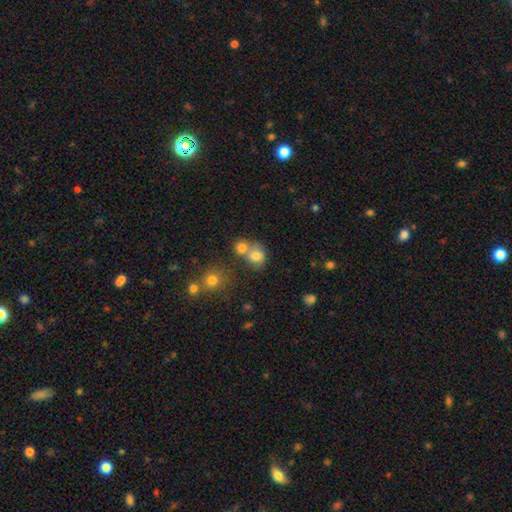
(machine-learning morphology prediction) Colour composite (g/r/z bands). It shows a smooth galaxy with no disk features (77%) that is round (72%). Merging: merger (43%, tied with none).